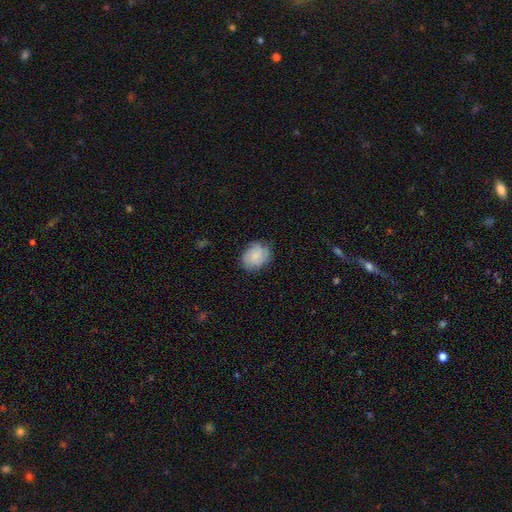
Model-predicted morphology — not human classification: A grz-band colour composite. It shows a smooth galaxy with no disk features (76%) that is in between round and cigar-shaped (56%). Merging: none (72%).